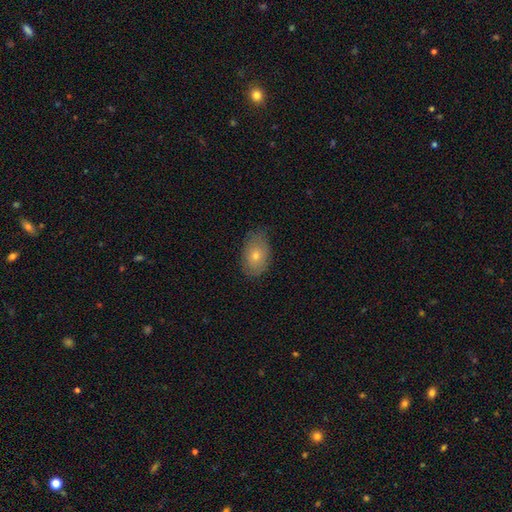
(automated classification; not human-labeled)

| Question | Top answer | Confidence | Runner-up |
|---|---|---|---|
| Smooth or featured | smooth | 67% | featured or disk (24%) |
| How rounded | in between | 86% | round (13%) |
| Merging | none | 75% | minor disturbance (20%) |